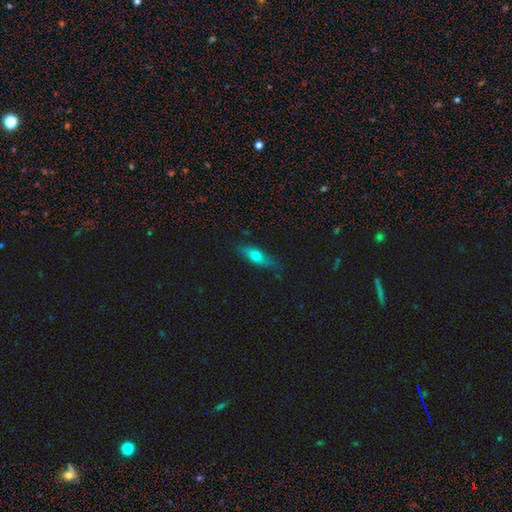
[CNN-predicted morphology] Smooth or featured? Predicted: smooth (p=0.62). How rounded? Predicted: in between (p=0.50). Merging? Predicted: none (p=0.78).